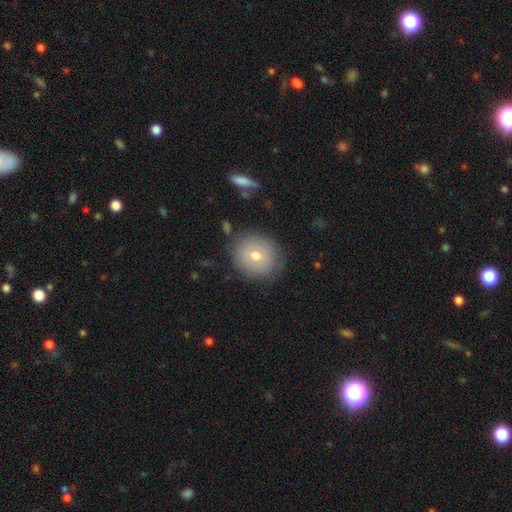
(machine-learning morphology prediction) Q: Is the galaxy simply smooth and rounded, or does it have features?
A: smooth — 68%.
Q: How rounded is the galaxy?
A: round — 83%.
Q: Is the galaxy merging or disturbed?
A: none — 83%.